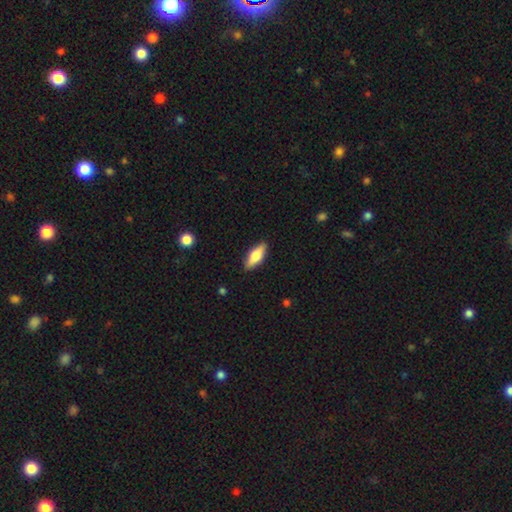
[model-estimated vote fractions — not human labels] smooth_or_featured: smooth (p=0.67) [alt: featured or disk p=0.27]
how_rounded: in between (p=0.68) [alt: cigar-shaped p=0.30]
merging: none (p=0.88) [alt: minor disturbance p=0.09]